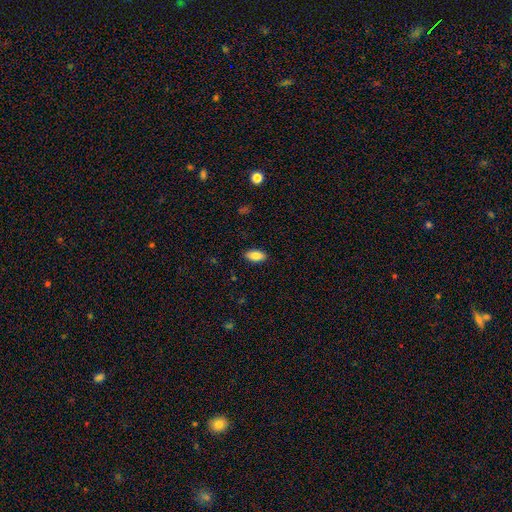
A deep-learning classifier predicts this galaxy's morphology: A smooth galaxy with no disk features (86%) that is in between round and cigar-shaped (92%). Merging: none (88%).